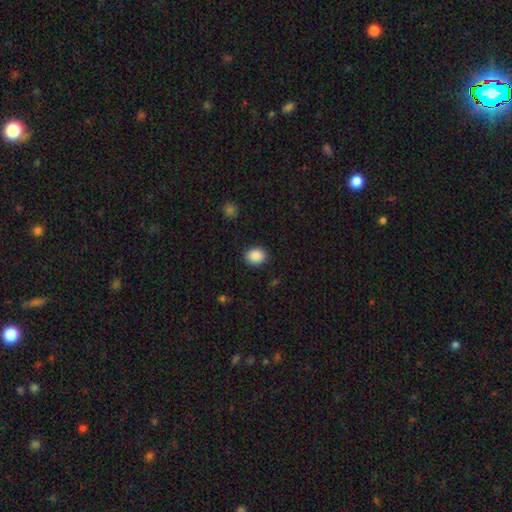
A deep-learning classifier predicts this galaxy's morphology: type=smooth (89%); roundness=round (59%); merging=none (89%).